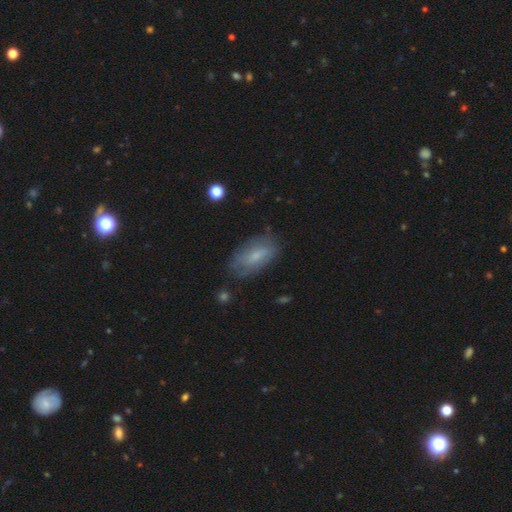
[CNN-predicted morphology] Q: Smooth or featured?
A: smooth (56%); runner-up: featured or disk (36%)
Q: How rounded?
A: in between (88%); runner-up: cigar-shaped (8%)
Q: Merging?
A: none (70%); runner-up: minor disturbance (22%)